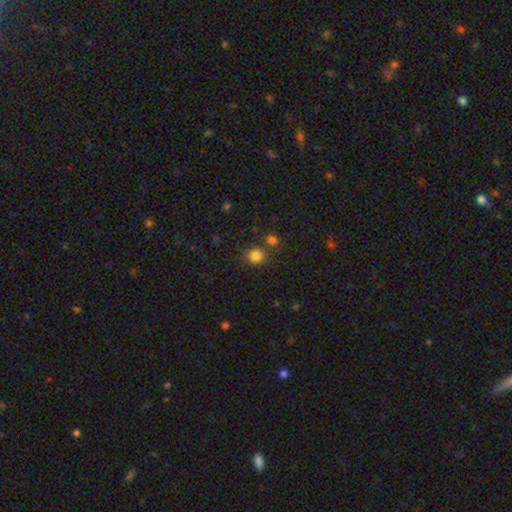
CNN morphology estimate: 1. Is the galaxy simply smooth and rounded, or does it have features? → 83% smooth, 13% star or artifact, 4% featured or disk.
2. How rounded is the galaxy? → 87% round, 12% in between, 1% cigar-shaped.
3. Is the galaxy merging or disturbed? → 77% none, 11% merger, 9% minor disturbance, 3% major disturbance.